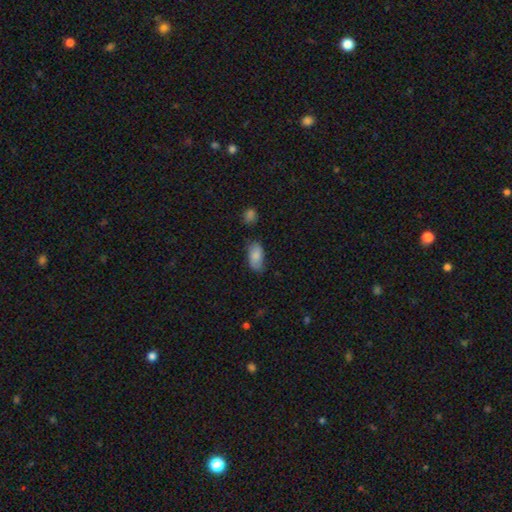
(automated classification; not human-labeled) Smooth or featured? Predicted: smooth (p=0.80). How rounded? Predicted: in between (p=0.93). Merging? Predicted: none (p=0.63).